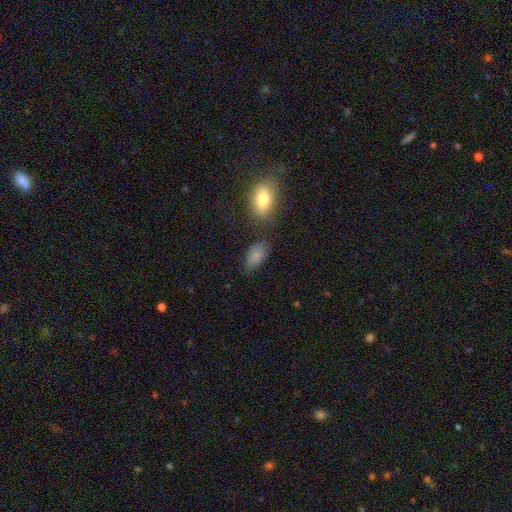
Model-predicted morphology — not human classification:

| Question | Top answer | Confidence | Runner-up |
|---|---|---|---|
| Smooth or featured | smooth | 83% | star or artifact (9%) |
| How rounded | in between | 91% | round (6%) |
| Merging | none | 65% | minor disturbance (21%) |